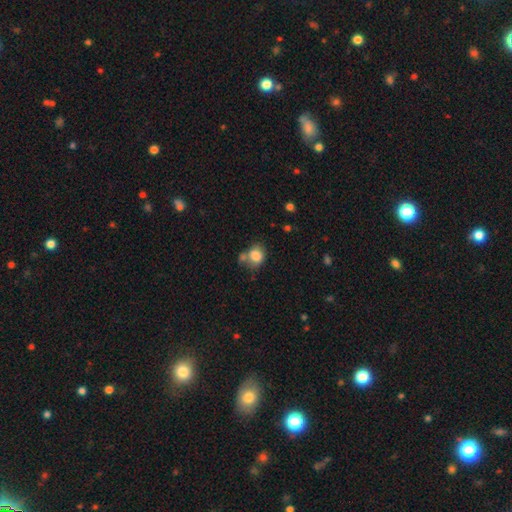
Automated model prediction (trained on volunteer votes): Q: Smooth or featured?
A: smooth (82%); runner-up: star or artifact (9%)
Q: How rounded?
A: round (63%); runner-up: in between (36%)
Q: Merging?
A: none (48%); runner-up: merger (25%)